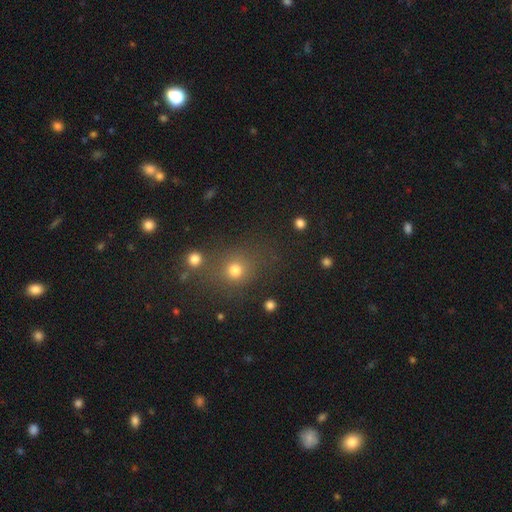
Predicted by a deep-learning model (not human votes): The model was most divided on "smooth or featured": smooth: 54%, star or artifact: 38%, featured or disk: 8%. More confident: merging — none (79%); how rounded — round (78%).